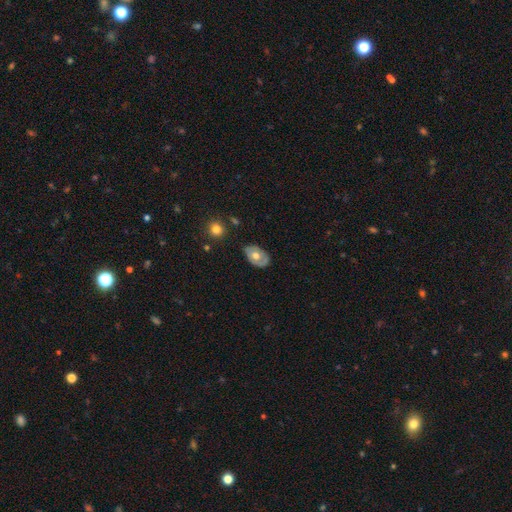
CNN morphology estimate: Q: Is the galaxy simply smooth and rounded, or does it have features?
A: featured or disk — 48%.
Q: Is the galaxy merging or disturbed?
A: none — 73%.